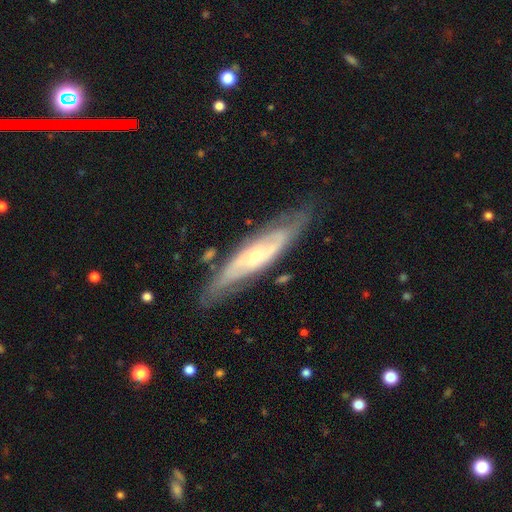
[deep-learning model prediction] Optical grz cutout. It shows a featured or disk galaxy (78%) with no bar (67%), spiral arms (78%) and a small central bulge (67%). Merging: none (78%).